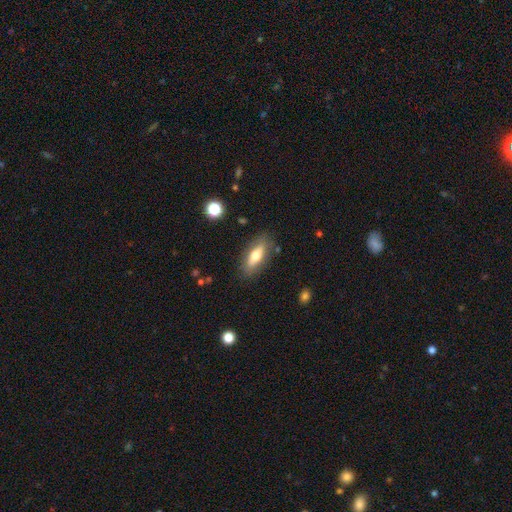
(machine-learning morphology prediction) smooth-or-featured: smooth: 62% | featured or disk: 31% | star or artifact: 7%
  how-rounded: in between: 65% | cigar-shaped: 32% | round: 3%
  merging: none: 83% | minor disturbance: 12% | major disturbance: 3% | merger: 2%